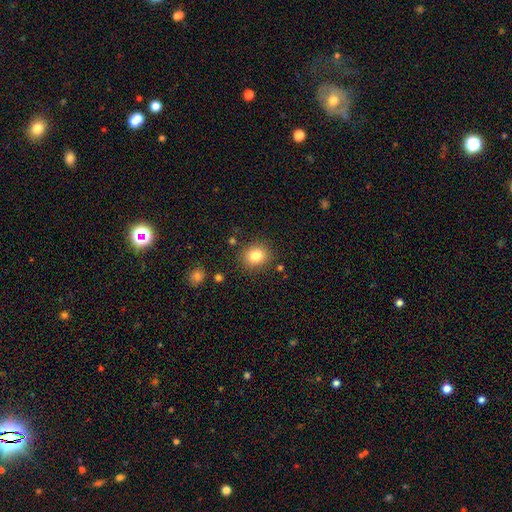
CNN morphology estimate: Smooth or featured: smooth — 82% (star or artifact — 11%)
How rounded: round — 76% (in between — 23%)
Merging: none — 86% (minor disturbance — 9%)